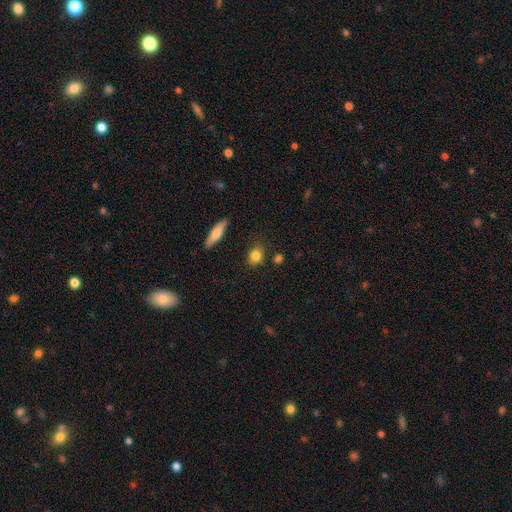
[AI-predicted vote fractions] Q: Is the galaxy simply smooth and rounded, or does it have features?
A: smooth — 83%.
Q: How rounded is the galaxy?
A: round — 50%.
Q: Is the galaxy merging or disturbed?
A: none — 81%.